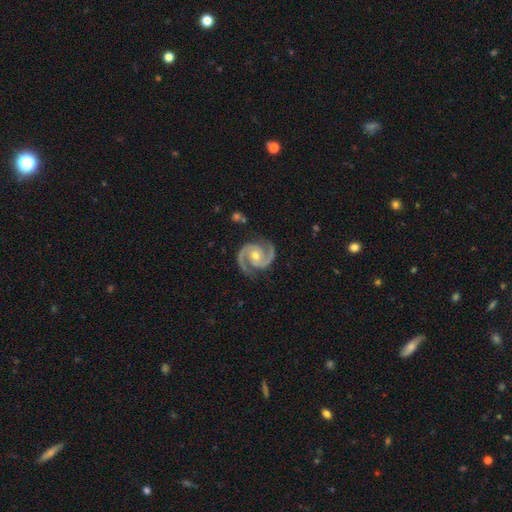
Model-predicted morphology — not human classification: featured or disk 94%, star or artifact 4%, smooth 2%. Down the decision tree: edge-on disk — no (98%); bar — no (64%); spiral arms — yes (99%); spiral arm count — 2 (95%); spiral winding — medium (56%); bulge size — moderate (63%); merging — none (85%).